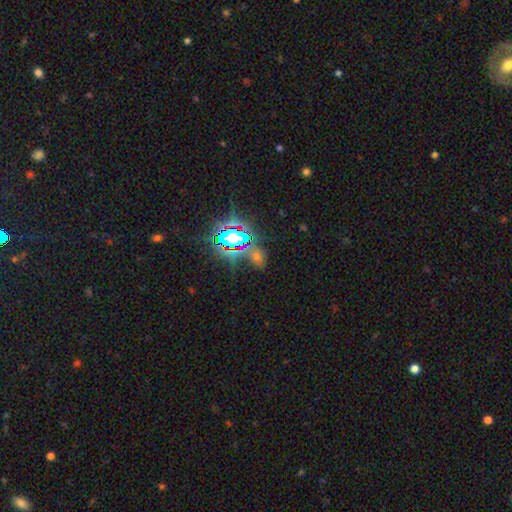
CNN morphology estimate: Smooth or featured? Predicted: star or artifact (p=0.80).